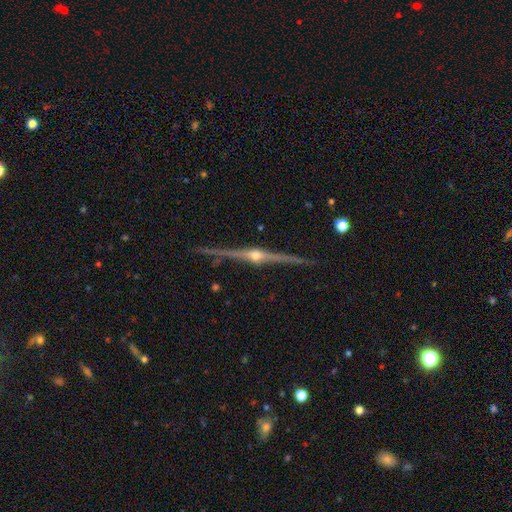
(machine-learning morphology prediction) The model was most divided on "merging": none: 89%, minor disturbance: 8%, merger: 2%, major disturbance: 2%. More confident: edge-on disk — yes (98%); edge-on bulge — rounded (95%); smooth or featured — featured or disk (90%).